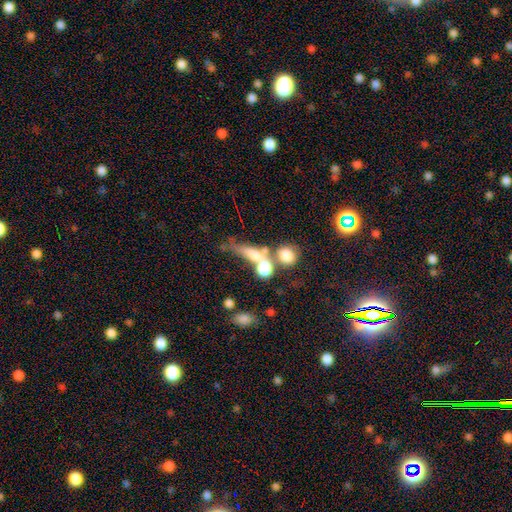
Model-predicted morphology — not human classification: Overall: smooth (59%; featured or disk 25%). How rounded: cigar-shaped (42%; in between 32%). Merging: merger (40%; none 34%).